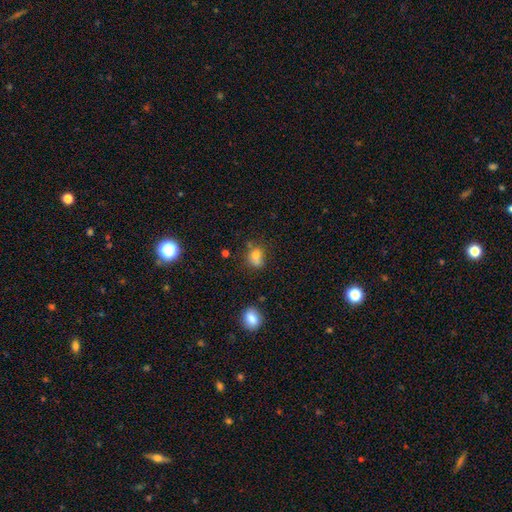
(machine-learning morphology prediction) A smooth galaxy with no disk features (73%) that is round (56%).

Vote fractions:
- Smooth or featured? smooth: 73% / star or artifact: 14% / featured or disk: 13%
- How rounded? round: 56% / in between: 42% / cigar-shaped: 1%
- Merging? none: 48% / merger: 23% / minor disturbance: 21% / major disturbance: 9%